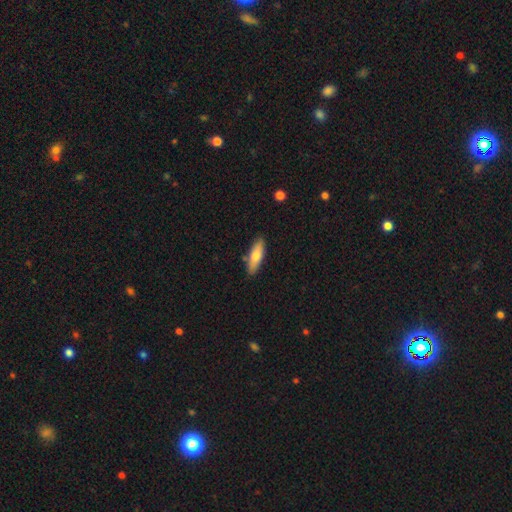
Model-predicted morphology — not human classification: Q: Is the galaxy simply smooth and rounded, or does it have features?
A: smooth — 75%.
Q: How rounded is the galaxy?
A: in between — 51%.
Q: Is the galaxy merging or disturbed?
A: none — 83%.